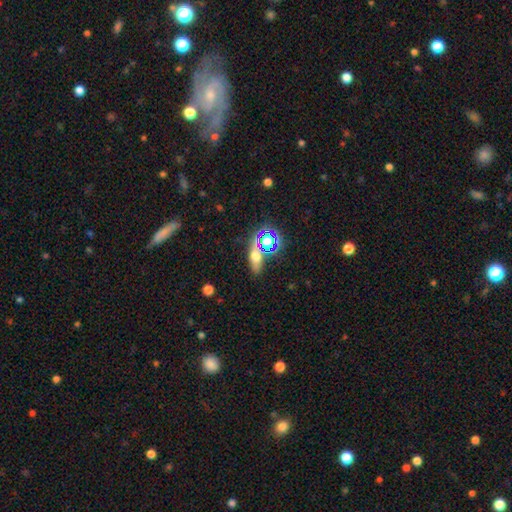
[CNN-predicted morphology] The model was most divided on "smooth or featured": smooth: 51%, star or artifact: 28%, featured or disk: 21%. More confident: merging — none (73%); how rounded — in between (57%).